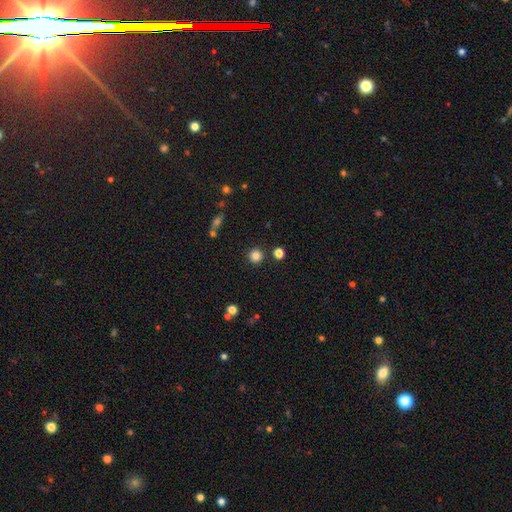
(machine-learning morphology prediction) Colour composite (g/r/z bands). It shows a smooth galaxy with no disk features (83%) that is round (95%). Merging: none (89%).